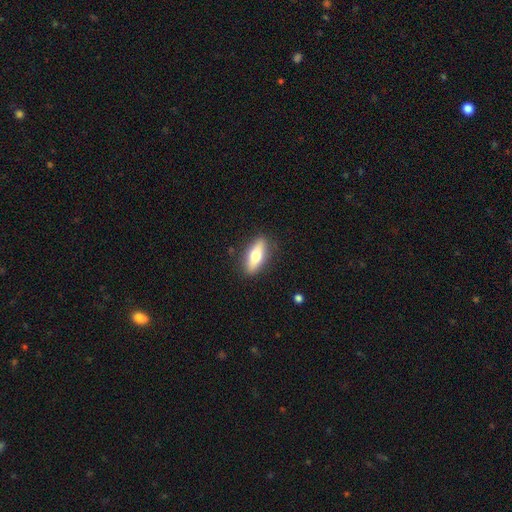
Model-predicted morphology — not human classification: Smooth or featured?
  - smooth: 60% *
  - featured or disk: 34%
  - star or artifact: 6%
How rounded?
  - in between: 60% *
  - cigar-shaped: 37%
  - round: 3%
Merging?
  - none: 88% *
  - minor disturbance: 9%
  - major disturbance: 2%
  - merger: 1%